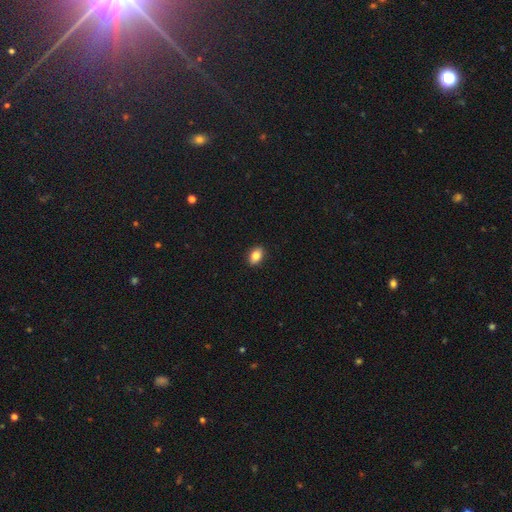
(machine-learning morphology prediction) Smooth or featured?
  - smooth: 83% *
  - featured or disk: 9%
  - star or artifact: 8%
How rounded?
  - in between: 85% *
  - round: 13%
  - cigar-shaped: 2%
Merging?
  - none: 90% *
  - minor disturbance: 7%
  - major disturbance: 2%
  - merger: 1%